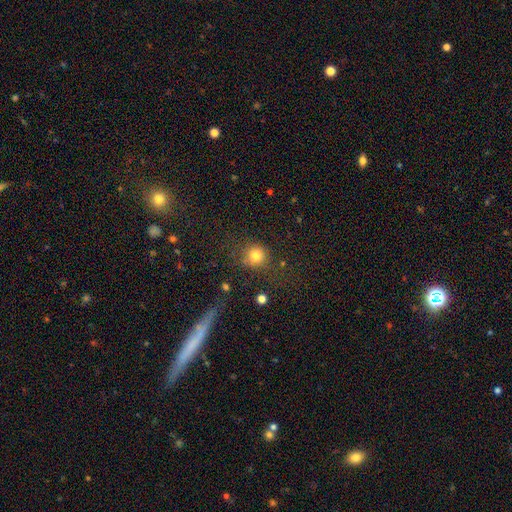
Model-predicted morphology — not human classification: A smooth galaxy with no disk features (79%) that is round (86%).

Vote fractions:
- Smooth or featured? smooth: 79% / star or artifact: 14% / featured or disk: 7%
- How rounded? round: 86% / in between: 12% / cigar-shaped: 1%
- Merging? none: 69% / minor disturbance: 15% / major disturbance: 8% / merger: 7%